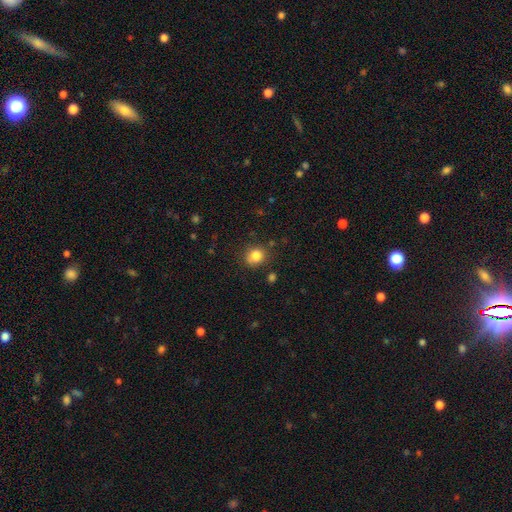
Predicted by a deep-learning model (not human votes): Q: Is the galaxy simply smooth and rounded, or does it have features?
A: smooth — 82%.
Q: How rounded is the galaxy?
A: round — 75%.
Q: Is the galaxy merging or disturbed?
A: none — 79%.